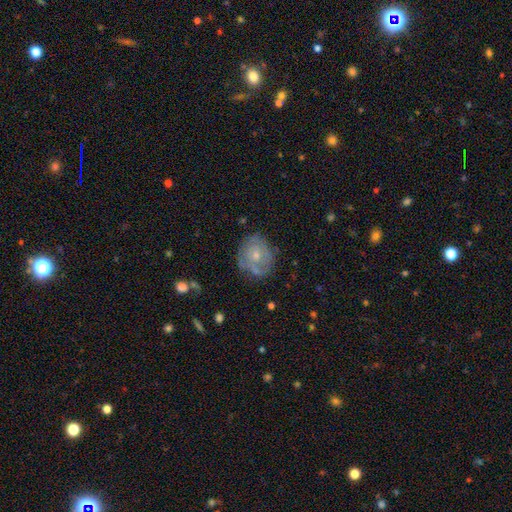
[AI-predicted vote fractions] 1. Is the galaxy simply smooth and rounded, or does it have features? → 54% featured or disk, 38% smooth, 7% star or artifact.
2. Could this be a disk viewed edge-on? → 97% no, 3% yes.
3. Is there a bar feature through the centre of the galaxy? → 83% no, 15% weak, 3% strong.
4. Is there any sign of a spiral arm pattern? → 54% no, 46% yes.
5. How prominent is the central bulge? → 47% small, 46% moderate, 4% none, 2% large, 1% dominant.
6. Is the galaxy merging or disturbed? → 63% none, 23% minor disturbance, 9% major disturbance, 4% merger.